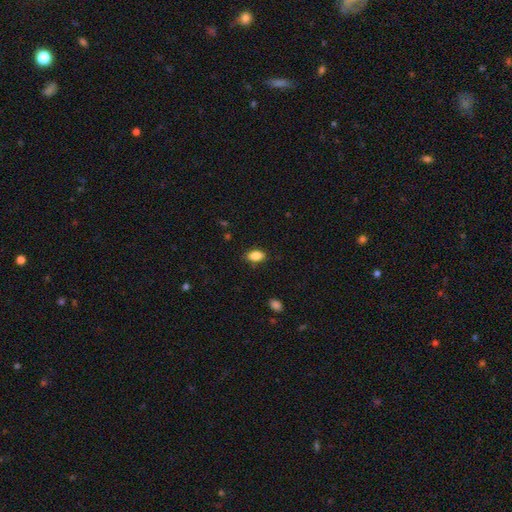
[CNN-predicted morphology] This appears to be a smooth galaxy with no disk features (87%) that is in between round and cigar-shaped (90%). Merging: none (85%).